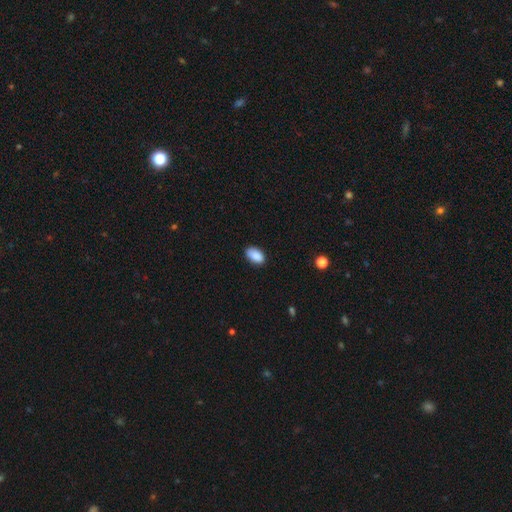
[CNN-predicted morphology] A smooth galaxy with no disk features (89%) that is in between round and cigar-shaped (93%).

Vote fractions:
- Smooth or featured? smooth: 89% / star or artifact: 7% / featured or disk: 3%
- How rounded? in between: 93% / round: 5% / cigar-shaped: 2%
- Merging? none: 85% / minor disturbance: 12% / major disturbance: 2% / merger: 1%